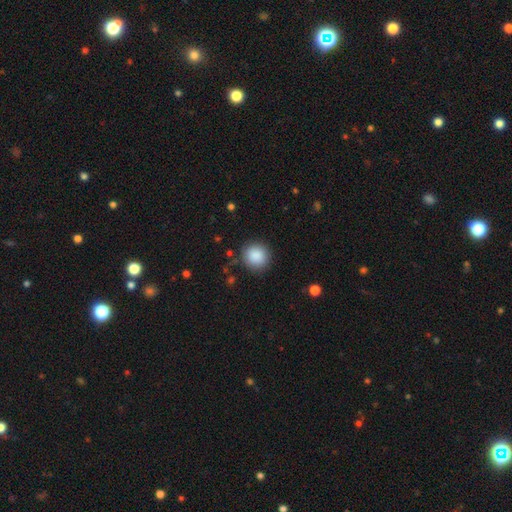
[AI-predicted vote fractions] Morphology: type=smooth (88%); roundness=round (92%); merging=none (87%).